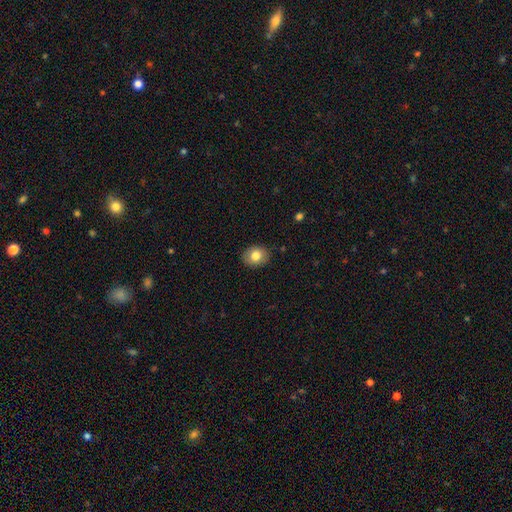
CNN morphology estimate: type=smooth (80%); roundness=round (50%); merging=none (88%).